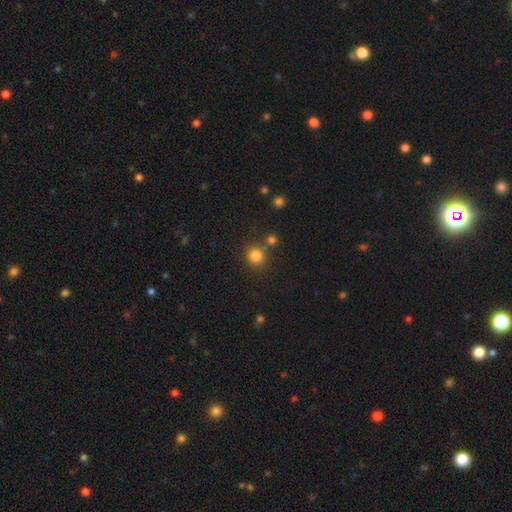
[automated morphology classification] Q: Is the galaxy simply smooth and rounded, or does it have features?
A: smooth — 82%.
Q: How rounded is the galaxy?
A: round — 90%.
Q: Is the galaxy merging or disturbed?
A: none — 75%.